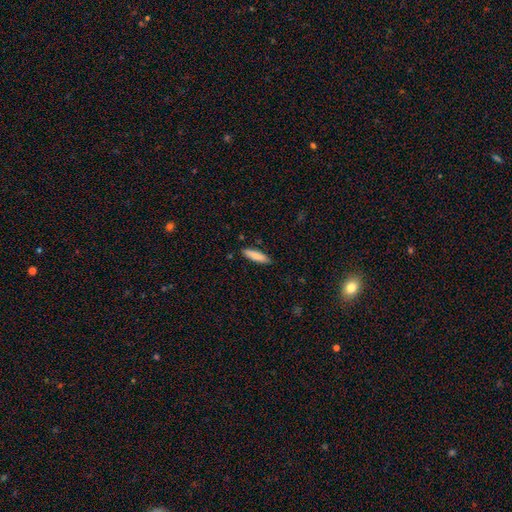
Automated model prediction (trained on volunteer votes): Q: Smooth or featured?
A: smooth (84%); runner-up: featured or disk (10%)
Q: How rounded?
A: cigar-shaped (71%); runner-up: in between (28%)
Q: Merging?
A: none (88%); runner-up: minor disturbance (9%)